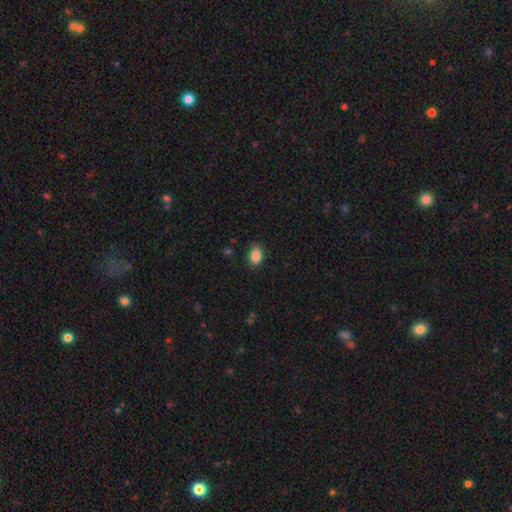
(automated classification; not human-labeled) Smooth or featured?
  - smooth: 87% *
  - star or artifact: 8%
  - featured or disk: 4%
How rounded?
  - in between: 79% *
  - round: 20%
  - cigar-shaped: 1%
Merging?
  - none: 84% *
  - minor disturbance: 12%
  - major disturbance: 3%
  - merger: 1%